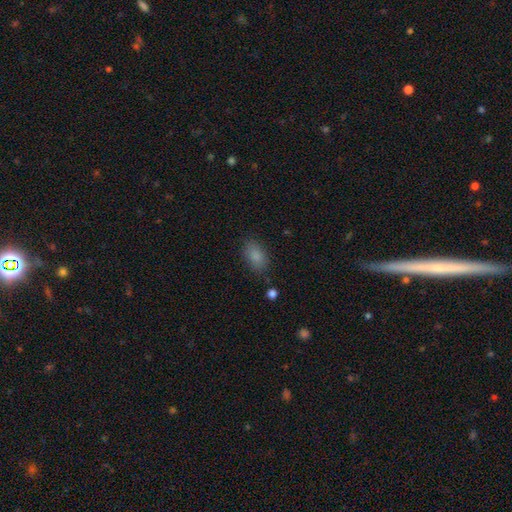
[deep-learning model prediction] This appears to be a smooth galaxy with no disk features (86%) that is in between round and cigar-shaped (89%). Merging: none (81%).